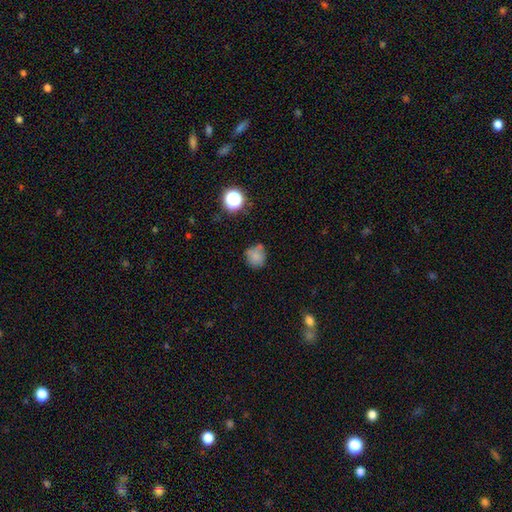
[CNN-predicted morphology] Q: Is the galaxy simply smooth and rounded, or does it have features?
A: smooth — 76%.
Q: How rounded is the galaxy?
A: round — 83%.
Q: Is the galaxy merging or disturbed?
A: none — 62%.